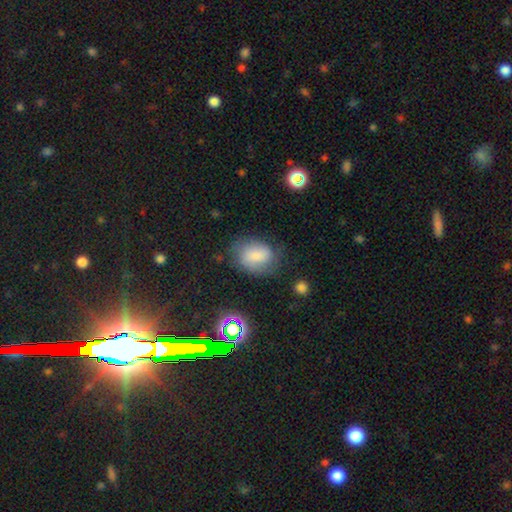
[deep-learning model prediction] A smooth galaxy with no disk features (71%) that is in between round and cigar-shaped (70%).

Vote fractions:
- Smooth or featured? smooth: 71% / featured or disk: 18% / star or artifact: 11%
- How rounded? in between: 70% / round: 29% / cigar-shaped: 1%
- Merging? none: 64% / minor disturbance: 24% / major disturbance: 10% / merger: 3%